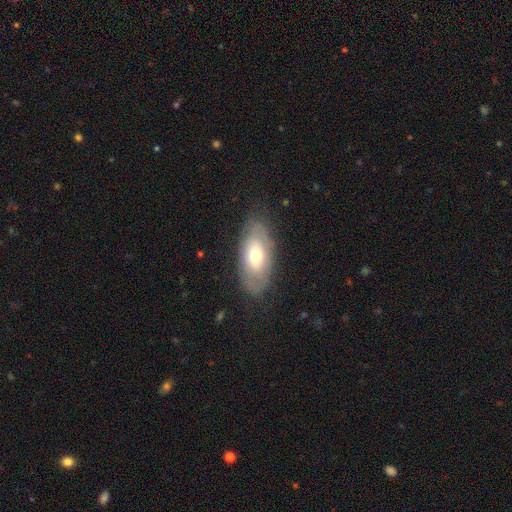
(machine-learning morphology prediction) Smooth or featured? smooth (56%)
How rounded? in between (91%)
Merging? none (75%)